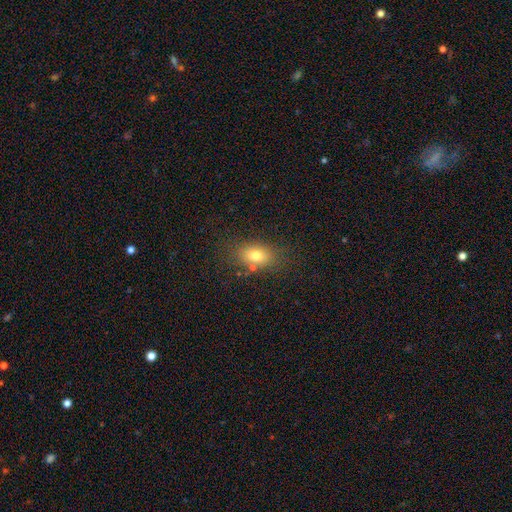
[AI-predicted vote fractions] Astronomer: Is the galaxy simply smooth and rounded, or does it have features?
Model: smooth — 76%.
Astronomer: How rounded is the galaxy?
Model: in between — 80%.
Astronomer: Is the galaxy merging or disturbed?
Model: none — 77%.